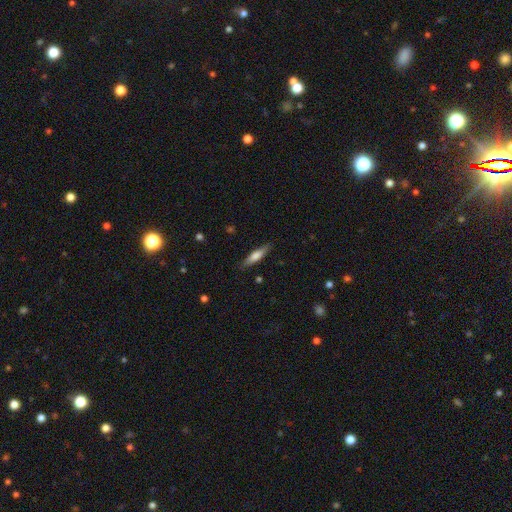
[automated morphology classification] A smooth galaxy with no disk features (63%) that is cigar-shaped (76%). Merging: none (85%).